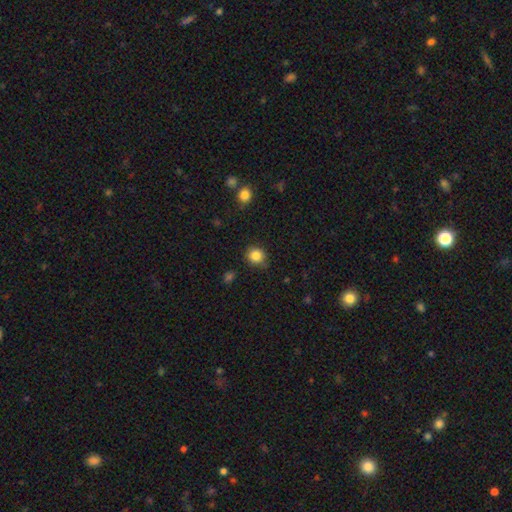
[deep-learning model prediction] Smooth or featured?
  - smooth: 85% *
  - star or artifact: 10%
  - featured or disk: 5%
How rounded?
  - round: 86% *
  - in between: 13%
  - cigar-shaped: 1%
Merging?
  - none: 83% *
  - minor disturbance: 12%
  - major disturbance: 3%
  - merger: 2%